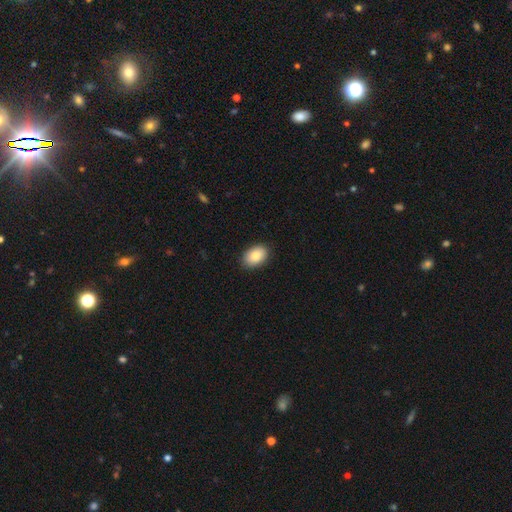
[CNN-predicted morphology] Smooth or featured? Predicted: smooth (p=0.86). How rounded? Predicted: in between (p=0.87). Merging? Predicted: none (p=0.89).